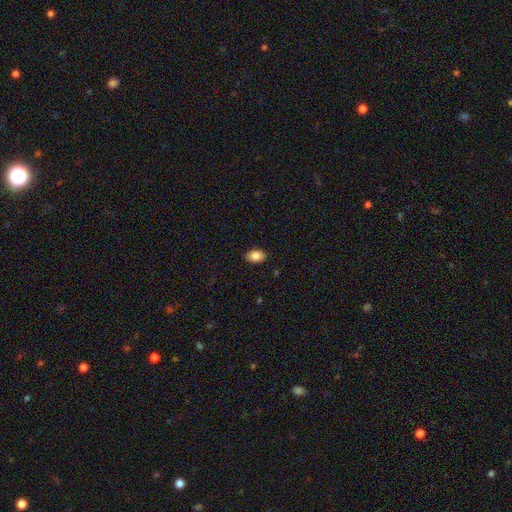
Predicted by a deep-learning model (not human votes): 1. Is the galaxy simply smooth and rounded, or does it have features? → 85% smooth, 8% star or artifact, 7% featured or disk.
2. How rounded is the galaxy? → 88% in between, 11% round, 1% cigar-shaped.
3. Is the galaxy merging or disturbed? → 89% none, 8% minor disturbance, 2% major disturbance, 1% merger.